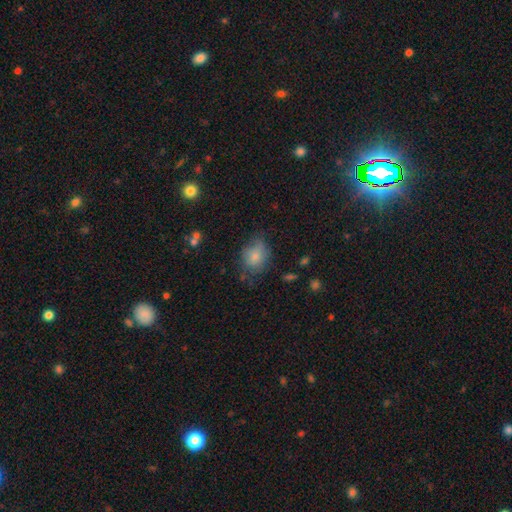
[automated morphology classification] The model was most divided on "how rounded": in between: 53%, round: 46%, cigar-shaped: 1%. More confident: smooth or featured — smooth (78%); merging — none (55%).